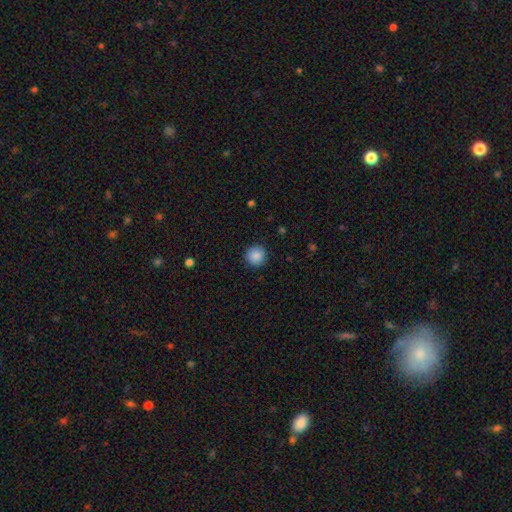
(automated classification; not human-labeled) The model was most divided on "smooth or featured": smooth: 88%, star or artifact: 9%, featured or disk: 4%. More confident: how rounded — round (95%); merging — none (91%).